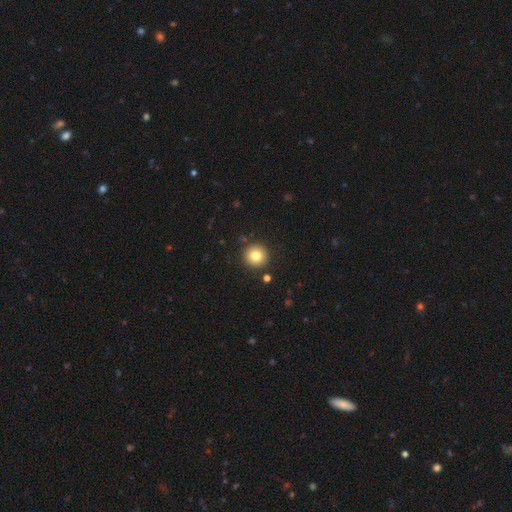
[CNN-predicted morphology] Smooth or featured? Predicted: smooth (p=0.82). How rounded? Predicted: round (p=0.95). Merging? Predicted: none (p=0.90).